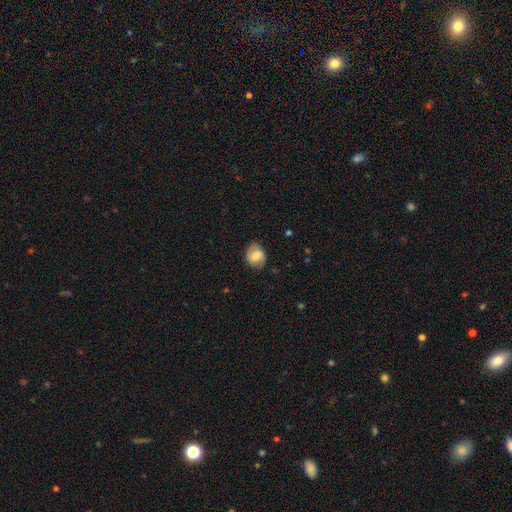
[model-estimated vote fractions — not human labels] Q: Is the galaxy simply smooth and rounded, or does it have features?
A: smooth — 62%.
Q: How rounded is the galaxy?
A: round — 54%.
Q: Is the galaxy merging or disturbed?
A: none — 74%.